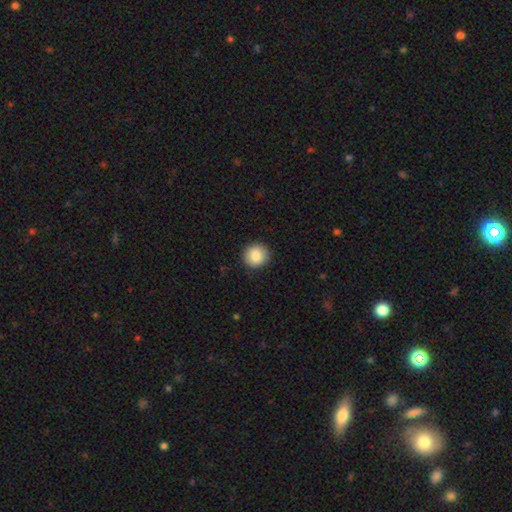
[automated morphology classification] smooth 88%, star or artifact 8%, featured or disk 5%. Down the decision tree: how rounded — round (91%); merging — none (90%).